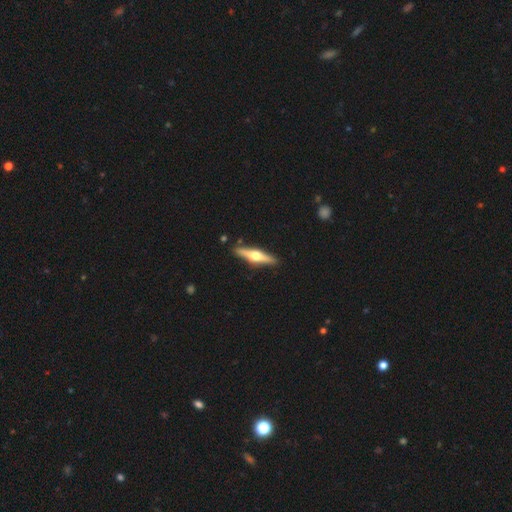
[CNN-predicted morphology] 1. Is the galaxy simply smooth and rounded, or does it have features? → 69% featured or disk, 26% smooth, 5% star or artifact.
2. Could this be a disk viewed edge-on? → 97% yes, 3% no.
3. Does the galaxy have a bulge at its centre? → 95% rounded, 3% boxy, 2% none.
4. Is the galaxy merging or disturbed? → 89% none, 7% minor disturbance, 2% merger, 2% major disturbance.